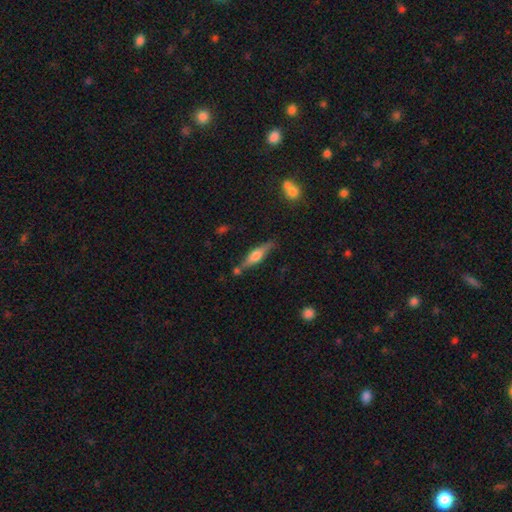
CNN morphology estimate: A featured or disk galaxy (52%) viewed edge-on (92%). Merging: none (72%).